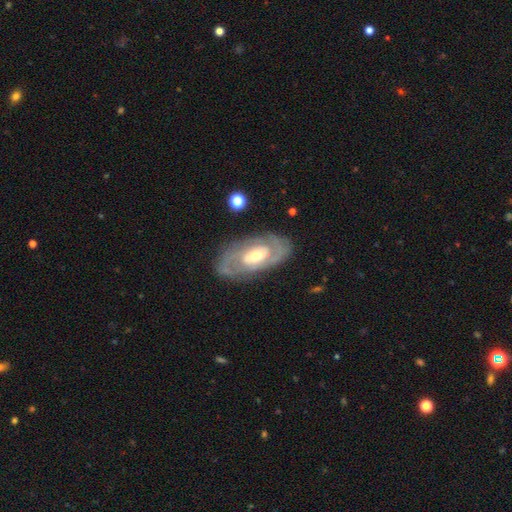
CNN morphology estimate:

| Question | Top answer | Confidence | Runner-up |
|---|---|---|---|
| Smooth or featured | featured or disk | 83% | smooth (12%) |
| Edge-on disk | no | 94% | yes (6%) |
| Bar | no | 45% | weak (40%) |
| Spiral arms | yes | 89% | no (11%) |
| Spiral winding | tight | 59% | medium (33%) |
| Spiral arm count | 2 | 62% | can't tell (22%) |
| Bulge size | moderate | 60% | small (29%) |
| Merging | none | 79% | minor disturbance (14%) |